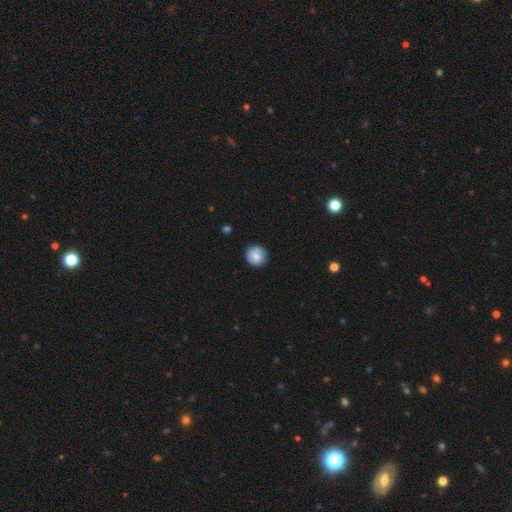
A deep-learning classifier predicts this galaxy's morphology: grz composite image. It shows a smooth galaxy with no disk features (85%) that is round (91%). Merging: none (87%).